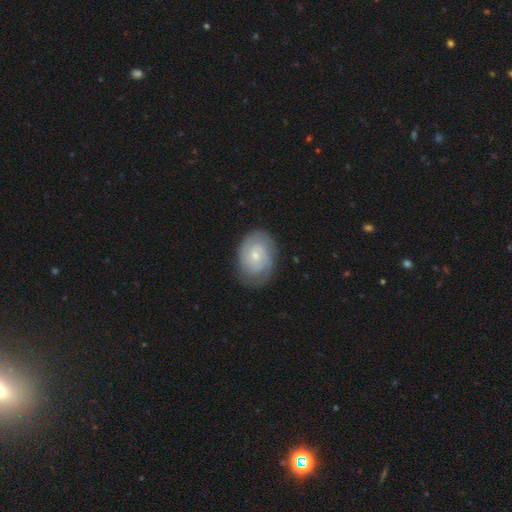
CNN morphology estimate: Smooth or featured?
  - featured or disk: 61% *
  - smooth: 33%
  - star or artifact: 6%
Edge-on disk?
  - no: 97% *
  - yes: 3%
Bar?
  - no: 77% *
  - weak: 20%
  - strong: 3%
Spiral arms?
  - yes: 81% *
  - no: 19%
Bulge size?
  - small: 67% *
  - moderate: 29%
  - large: 2%
  - none: 1%
  - dominant: 1%
Merging?
  - none: 75% *
  - minor disturbance: 18%
  - major disturbance: 6%
  - merger: 1%